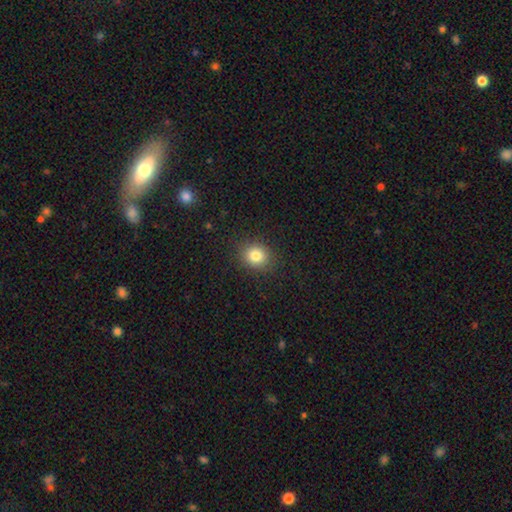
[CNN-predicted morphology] Overall: smooth (82%). How rounded: round (73%). Merging: none (88%).